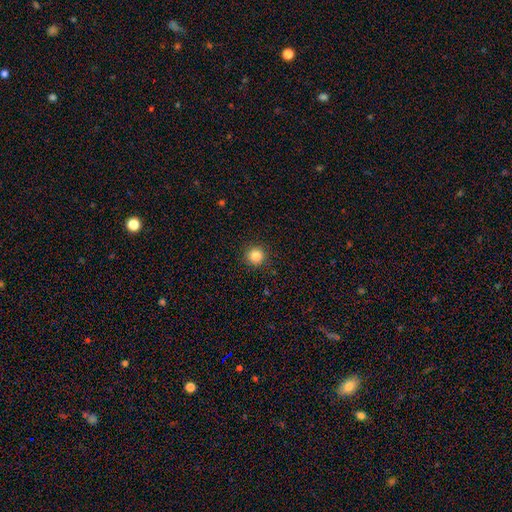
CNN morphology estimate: A smooth galaxy with no disk features (84%) that is round (95%).

Vote fractions:
- Smooth or featured? smooth: 84% / star or artifact: 11% / featured or disk: 5%
- How rounded? round: 95% / in between: 4% / cigar-shaped: 1%
- Merging? none: 91% / minor disturbance: 6% / major disturbance: 2% / merger: 1%